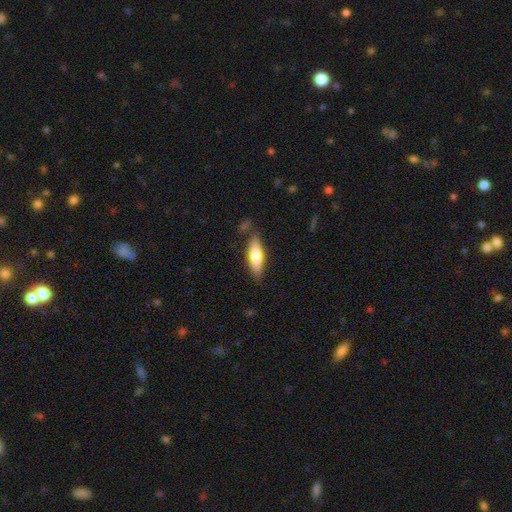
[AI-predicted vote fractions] smooth 69%, featured or disk 25%, star or artifact 6%. Down the decision tree: how rounded — in between (50%); merging — none (79%).